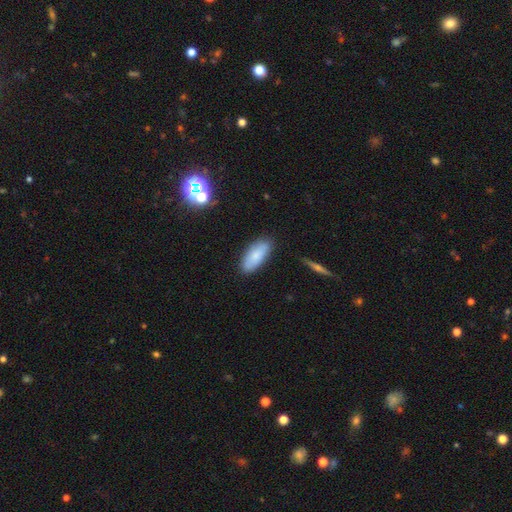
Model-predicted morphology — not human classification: smooth-or-featured: smooth: 79% | featured or disk: 14% | star or artifact: 7%
  how-rounded: in between: 83% | cigar-shaped: 16% | round: 2%
  merging: none: 83% | minor disturbance: 13% | major disturbance: 2% | merger: 2%